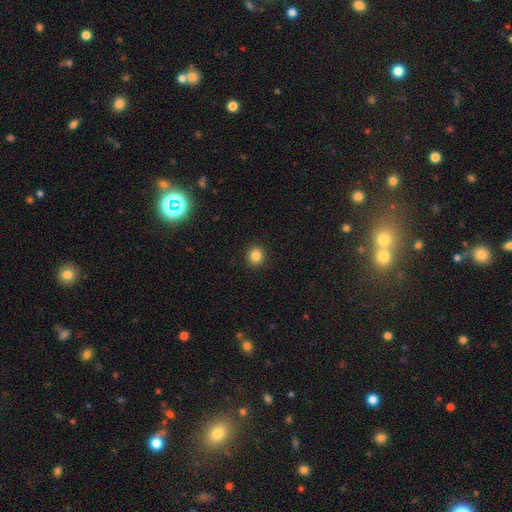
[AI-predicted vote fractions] Morphology: type=smooth (84%); roundness=round (91%); merging=none (92%).